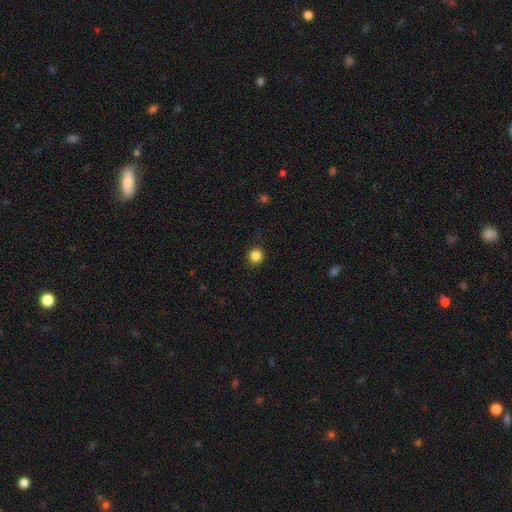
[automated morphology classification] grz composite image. It shows a smooth galaxy with no disk features (85%) that is round (93%). Merging: none (90%).